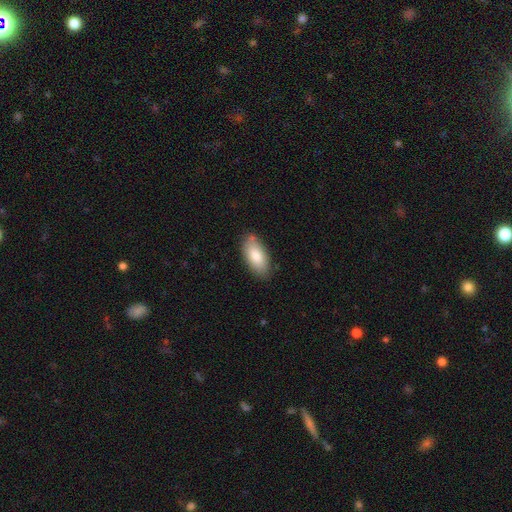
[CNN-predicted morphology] smooth 81%, featured or disk 12%, star or artifact 6%. Down the decision tree: how rounded — in between (92%); merging — none (80%).